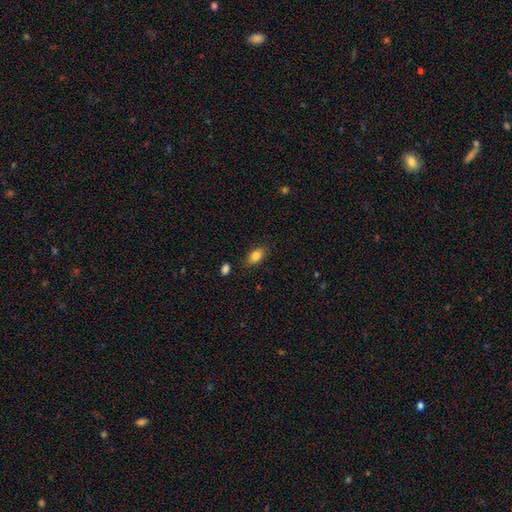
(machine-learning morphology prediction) Smooth or featured: smooth — 84% (star or artifact — 8%)
How rounded: in between — 88% (round — 9%)
Merging: none — 84% (minor disturbance — 11%)